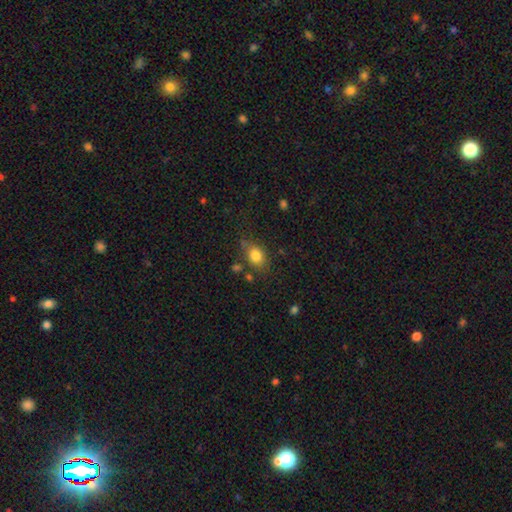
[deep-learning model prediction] Smooth or featured?
  - smooth: 81% *
  - star or artifact: 10%
  - featured or disk: 9%
How rounded?
  - in between: 71% *
  - round: 27%
  - cigar-shaped: 2%
Merging?
  - none: 67% *
  - minor disturbance: 20%
  - merger: 7%
  - major disturbance: 6%